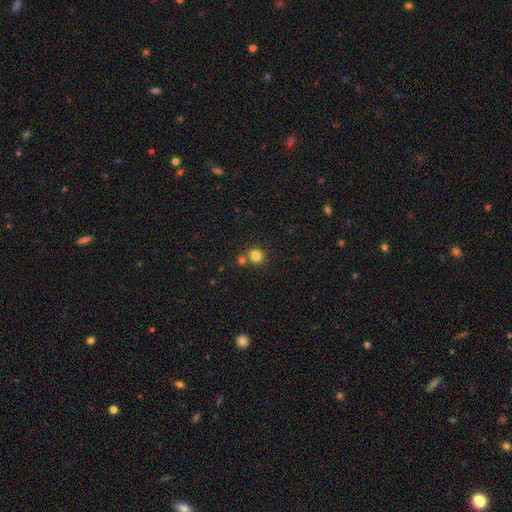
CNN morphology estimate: A smooth galaxy with no disk features (82%) that is round (84%).

Vote fractions:
- Smooth or featured? smooth: 82% / star or artifact: 12% / featured or disk: 5%
- How rounded? round: 84% / in between: 15% / cigar-shaped: 1%
- Merging? none: 67% / merger: 23% / minor disturbance: 8% / major disturbance: 3%